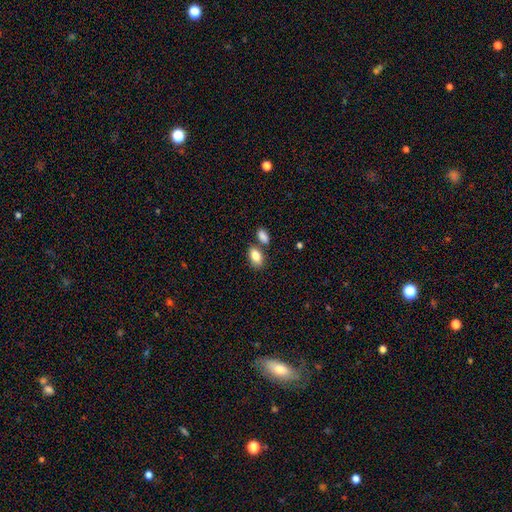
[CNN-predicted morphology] Smooth or featured?
  - smooth: 85% *
  - star or artifact: 8%
  - featured or disk: 8%
How rounded?
  - in between: 89% *
  - round: 9%
  - cigar-shaped: 2%
Merging?
  - none: 64% *
  - merger: 20%
  - minor disturbance: 12%
  - major disturbance: 4%